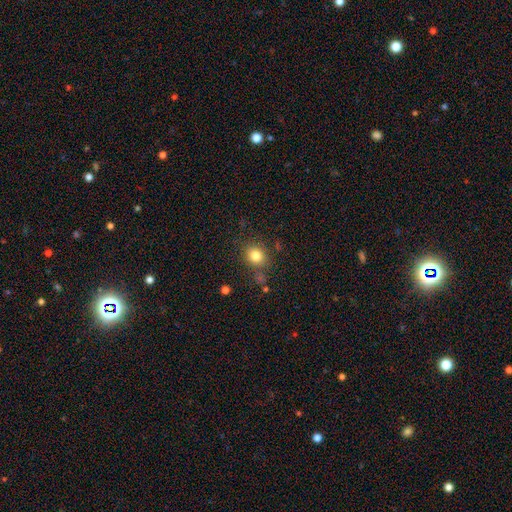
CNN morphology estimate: smooth_or_featured: smooth (p=0.81) [alt: star or artifact p=0.12]
how_rounded: round (p=0.76) [alt: in between p=0.23]
merging: none (p=0.79) [alt: minor disturbance p=0.12]